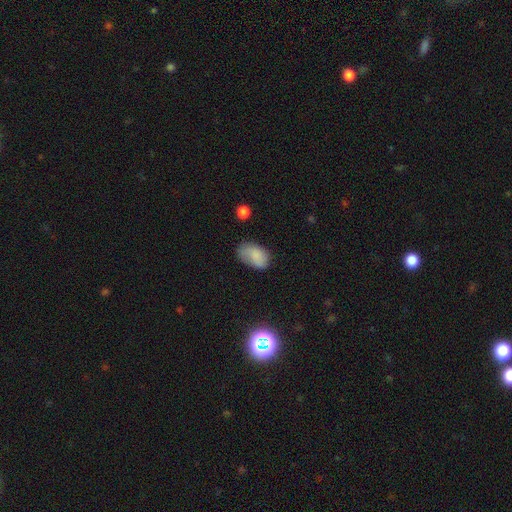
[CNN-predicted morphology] A smooth galaxy with no disk features (79%) that is in between round and cigar-shaped (91%). Merging: none (56%).